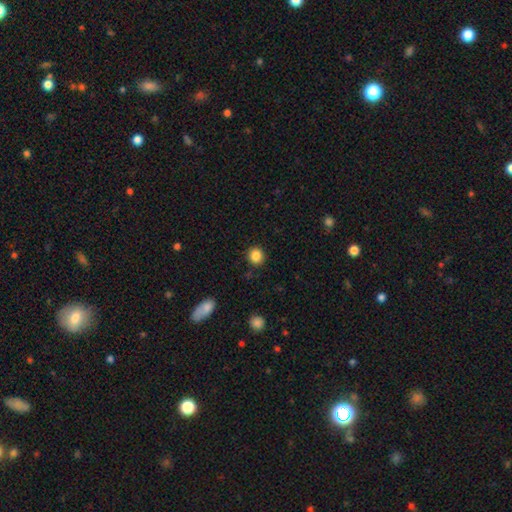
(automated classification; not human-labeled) Smooth or featured?
  - smooth: 86% *
  - star or artifact: 10%
  - featured or disk: 4%
How rounded?
  - round: 89% *
  - in between: 10%
  - cigar-shaped: 1%
Merging?
  - none: 91% *
  - minor disturbance: 6%
  - major disturbance: 2%
  - merger: 1%